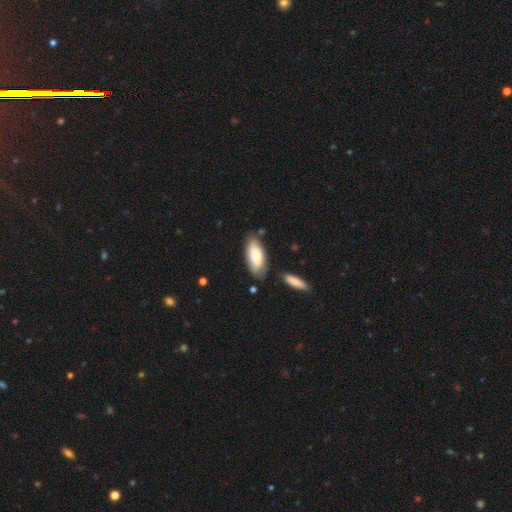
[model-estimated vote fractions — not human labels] A smooth galaxy with no disk features (74%) that is in between round and cigar-shaped (82%). Merging: none (69%).